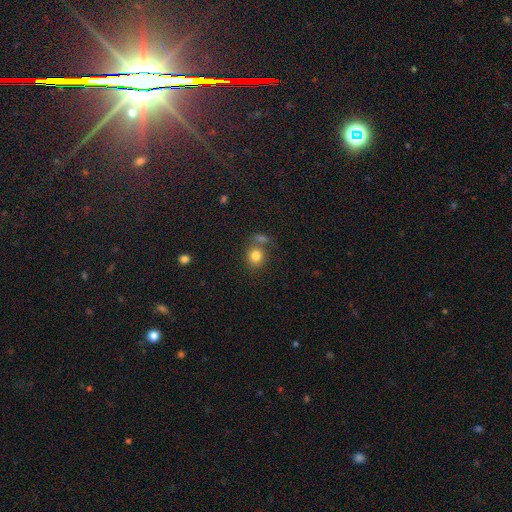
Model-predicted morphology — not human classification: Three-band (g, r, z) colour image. It shows a smooth galaxy with no disk features (82%) that is round (78%). Merging: none (60%).